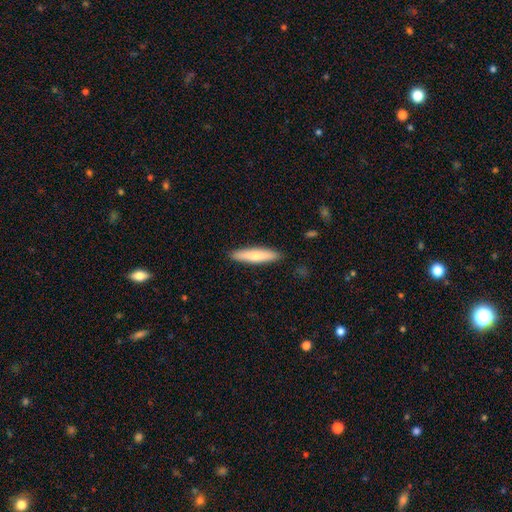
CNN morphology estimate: smooth-or-featured: smooth: 70% | featured or disk: 25% | star or artifact: 5%
  how-rounded: cigar-shaped: 82% | in between: 16% | round: 1%
  merging: none: 90% | minor disturbance: 7% | major disturbance: 2% | merger: 1%